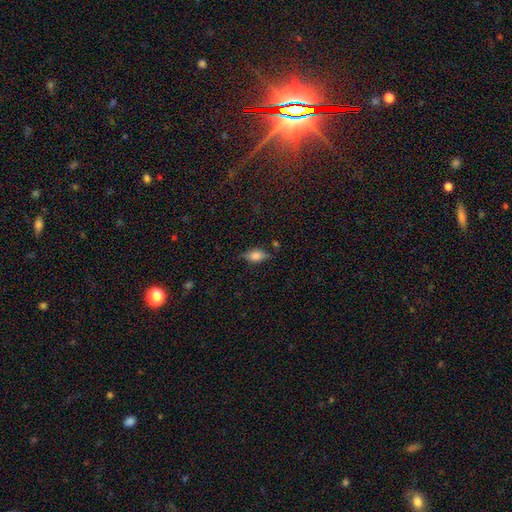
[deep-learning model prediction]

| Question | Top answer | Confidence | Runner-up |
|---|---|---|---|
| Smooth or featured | smooth | 63% | featured or disk (27%) |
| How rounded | in between | 81% | cigar-shaped (11%) |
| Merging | none | 72% | minor disturbance (20%) |